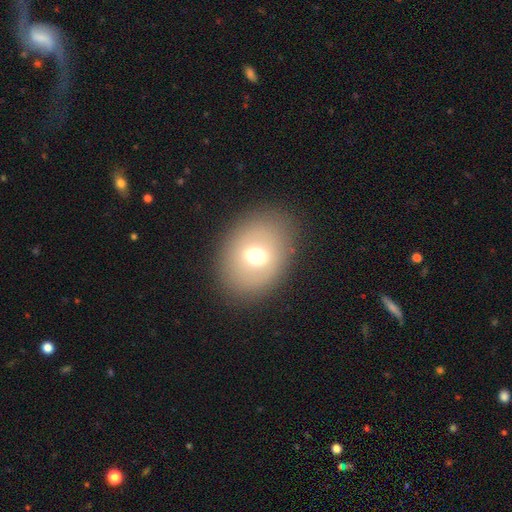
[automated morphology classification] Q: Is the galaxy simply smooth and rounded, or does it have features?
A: smooth — 60%.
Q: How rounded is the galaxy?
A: in between — 50%.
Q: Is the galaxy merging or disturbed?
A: none — 84%.